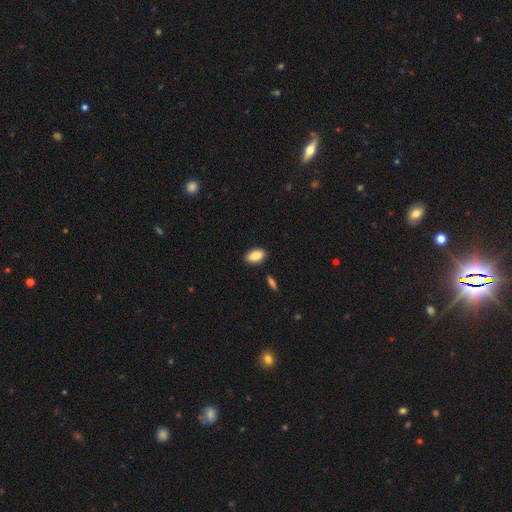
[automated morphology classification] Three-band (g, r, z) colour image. It shows a smooth galaxy with no disk features (87%) that is in between round and cigar-shaped (91%). Merging: none (88%).